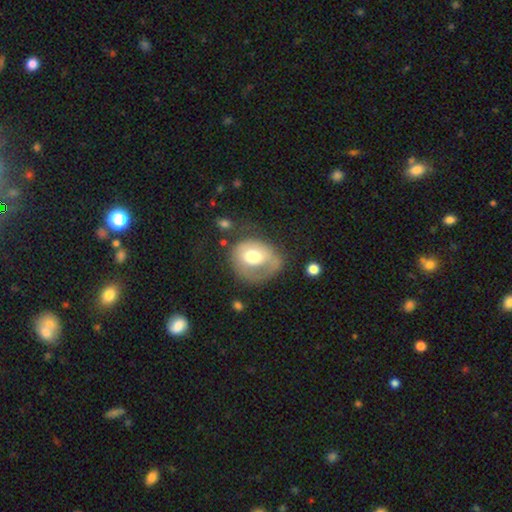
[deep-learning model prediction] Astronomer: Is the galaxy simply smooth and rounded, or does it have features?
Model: smooth — 52% (runner-up: featured or disk, 41%).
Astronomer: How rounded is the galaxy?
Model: round — 58% (runner-up: in between, 41%).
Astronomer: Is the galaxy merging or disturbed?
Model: none — 36% (runner-up: major disturbance, 33%).